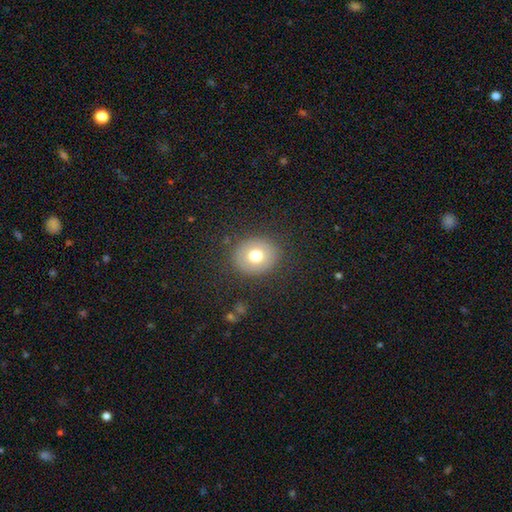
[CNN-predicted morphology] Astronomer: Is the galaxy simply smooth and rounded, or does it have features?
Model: smooth — 71%.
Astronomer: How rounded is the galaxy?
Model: round — 74%.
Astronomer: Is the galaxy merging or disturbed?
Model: none — 86%.